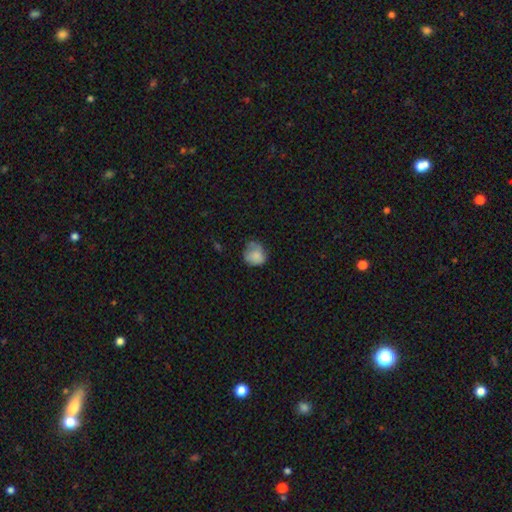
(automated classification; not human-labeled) Overall: smooth (75%). How rounded: round (73%). Merging: none (48%; minor disturbance 34%).